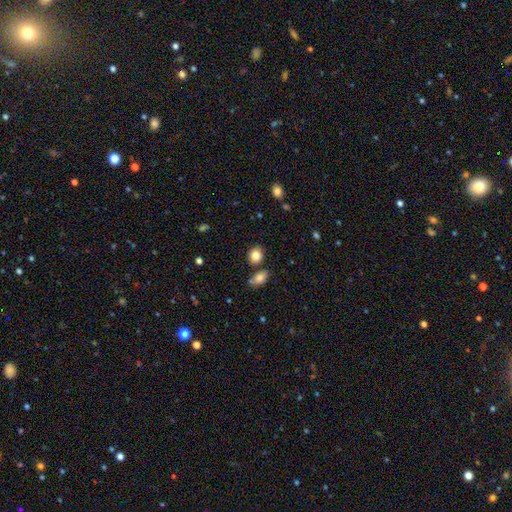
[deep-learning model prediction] Overall: smooth (83%). How rounded: round (62%; in between 37%). Merging: none (77%).